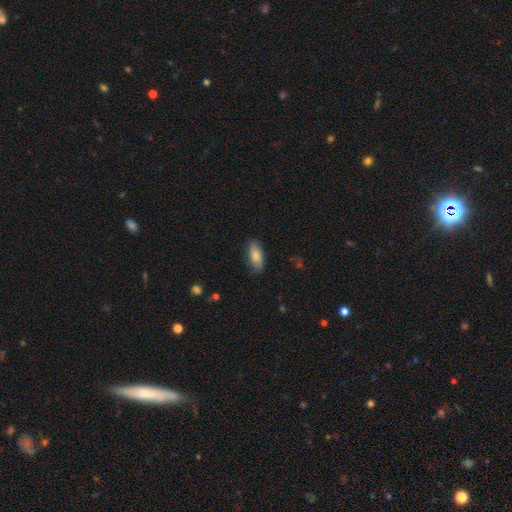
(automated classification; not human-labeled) This is clearly a smooth galaxy (85%). How rounded: clearly in between (83%). Merging: clearly none (82%).